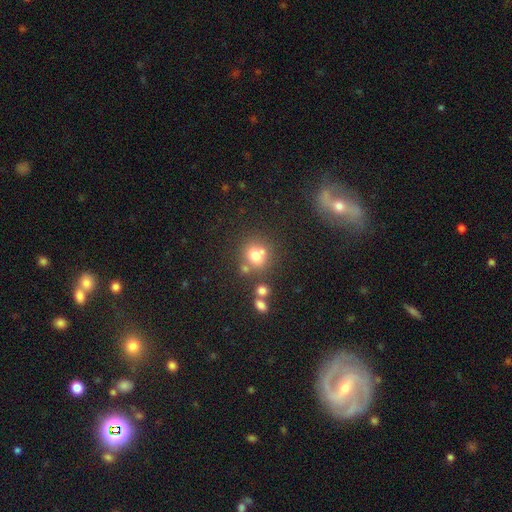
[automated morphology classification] This is likely a smooth galaxy (71%). How rounded: likely round (70%). Merging: possibly none (55%).